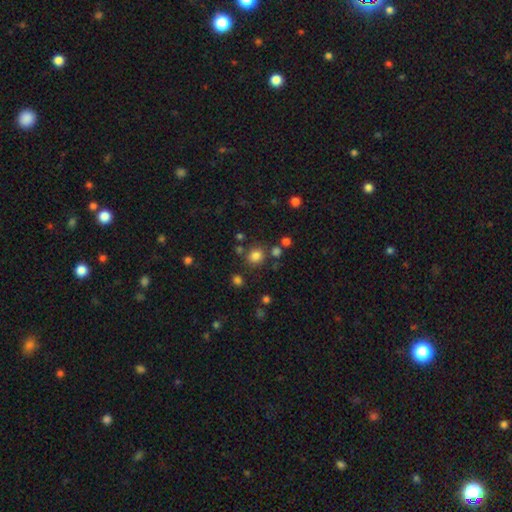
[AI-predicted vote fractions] smooth 79%, star or artifact 15%, featured or disk 6%. Down the decision tree: how rounded — round (84%); merging — none (78%).